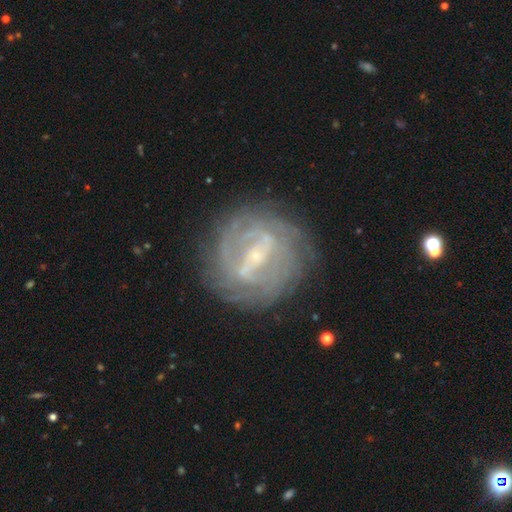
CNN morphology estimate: Smooth or featured? featured or disk (79%)
Edge-on disk? no (96%)
Bar? weak (43%)
Spiral arms? yes (74%)
Spiral winding? tight (61%)
Spiral arm count? can't tell (50%)
Bulge size? small (78%)
Merging? none (76%)